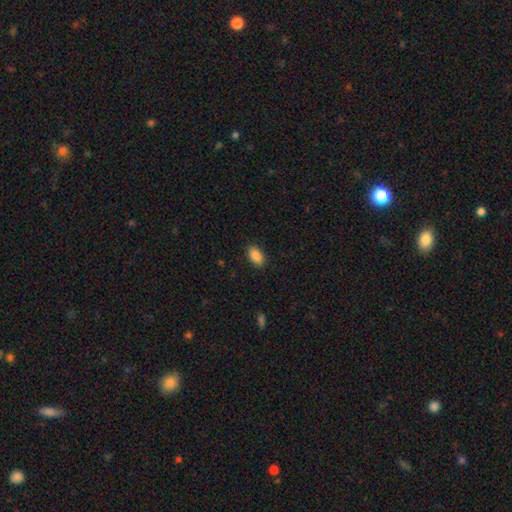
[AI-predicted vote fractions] Smooth or featured?
  - smooth: 89% *
  - star or artifact: 7%
  - featured or disk: 4%
How rounded?
  - in between: 93% *
  - round: 5%
  - cigar-shaped: 3%
Merging?
  - none: 89% *
  - minor disturbance: 8%
  - major disturbance: 2%
  - merger: 1%